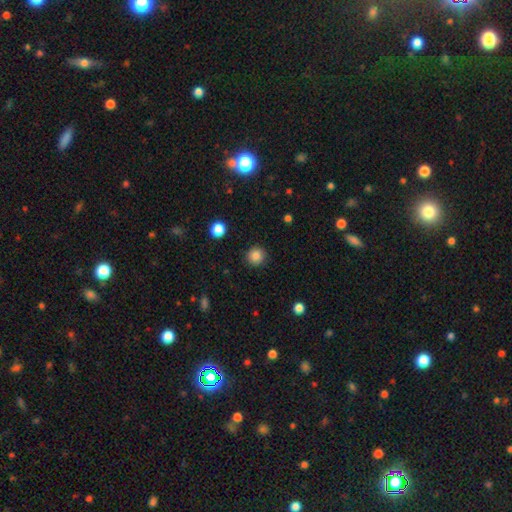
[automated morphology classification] Smooth or featured? Predicted: smooth (p=0.85). How rounded? Predicted: round (p=0.94). Merging? Predicted: none (p=0.91).